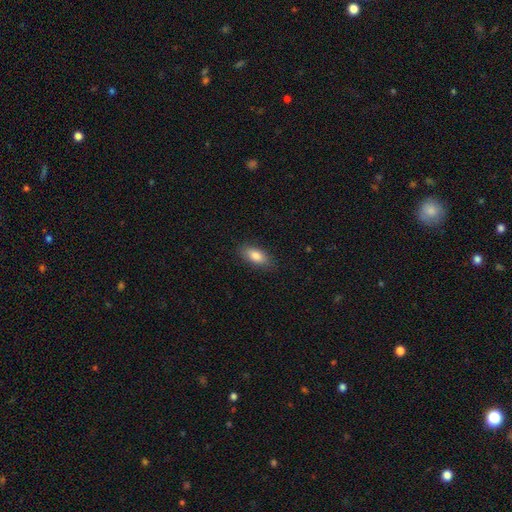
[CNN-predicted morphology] Smooth or featured: smooth — 83% (featured or disk — 10%)
How rounded: in between — 86% (cigar-shaped — 11%)
Merging: none — 85% (minor disturbance — 11%)